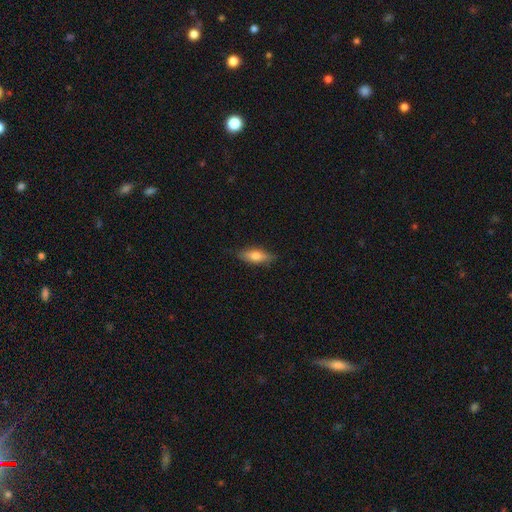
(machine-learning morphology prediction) smooth-or-featured: smooth: 68% | featured or disk: 25% | star or artifact: 7%
  how-rounded: in between: 65% | cigar-shaped: 32% | round: 3%
  merging: none: 81% | minor disturbance: 15% | major disturbance: 3% | merger: 1%